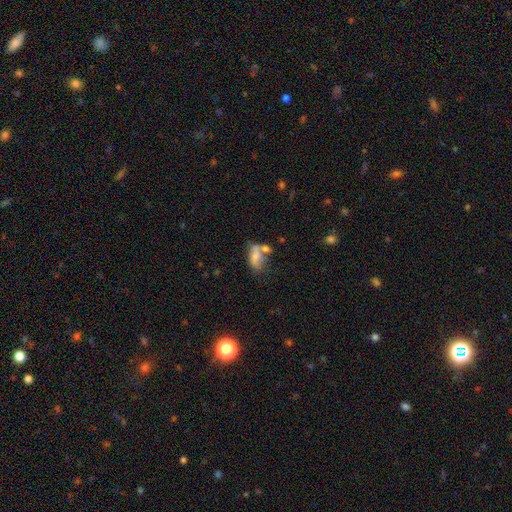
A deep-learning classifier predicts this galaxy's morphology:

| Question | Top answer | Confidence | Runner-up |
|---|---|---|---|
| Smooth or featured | smooth | 67% | featured or disk (23%) |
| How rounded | in between | 83% | cigar-shaped (11%) |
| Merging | merger | 37% | none (31%) |